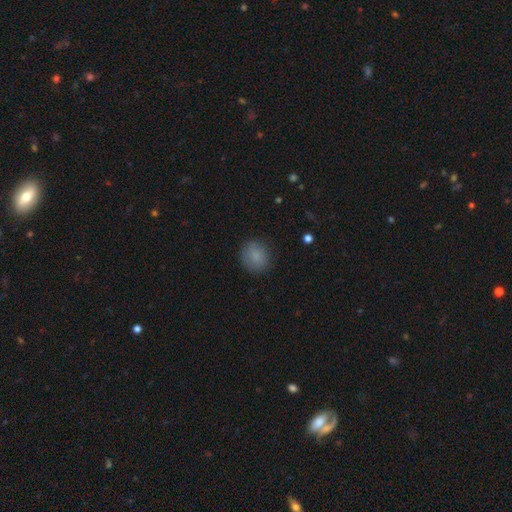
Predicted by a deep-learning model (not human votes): This appears to be a smooth galaxy with no disk features (85%) that is round (80%). Merging: none (83%).